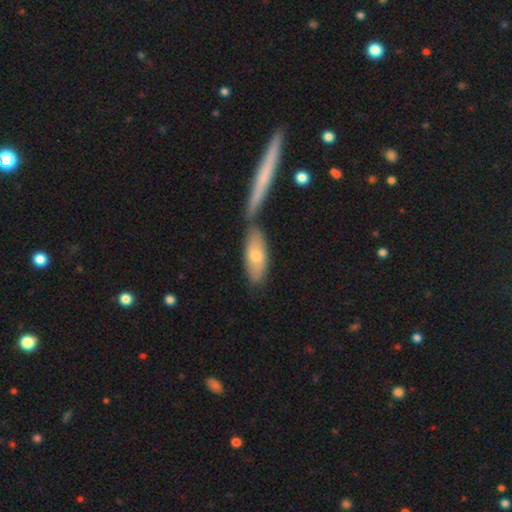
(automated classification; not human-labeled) smooth-or-featured: smooth: 66% | featured or disk: 28% | star or artifact: 6%
  how-rounded: in between: 66% | cigar-shaped: 31% | round: 3%
  merging: none: 55% | merger: 28% | minor disturbance: 13% | major disturbance: 4%